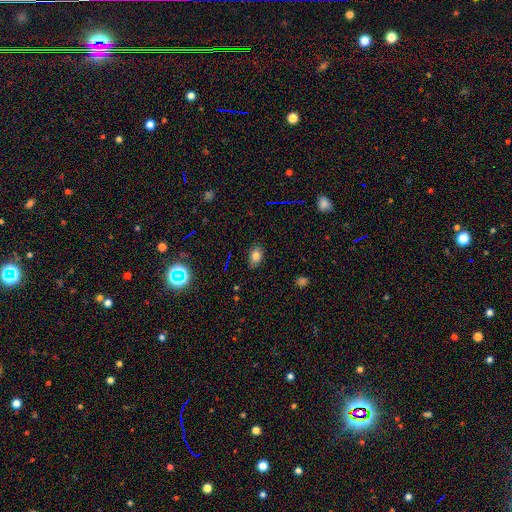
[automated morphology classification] Q: Smooth or featured?
A: smooth (79%); runner-up: star or artifact (12%)
Q: How rounded?
A: in between (81%); runner-up: round (17%)
Q: Merging?
A: none (85%); runner-up: minor disturbance (12%)